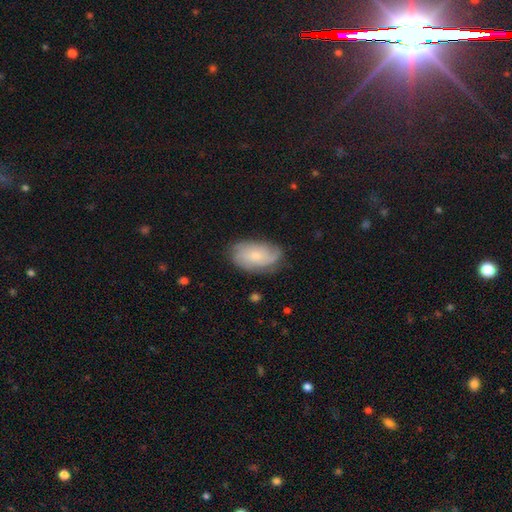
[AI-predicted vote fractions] This appears to be a featured or disk galaxy (56%) with no bar (77%), spiral arms (88%) and a small central bulge (68%). Merging: none (73%).